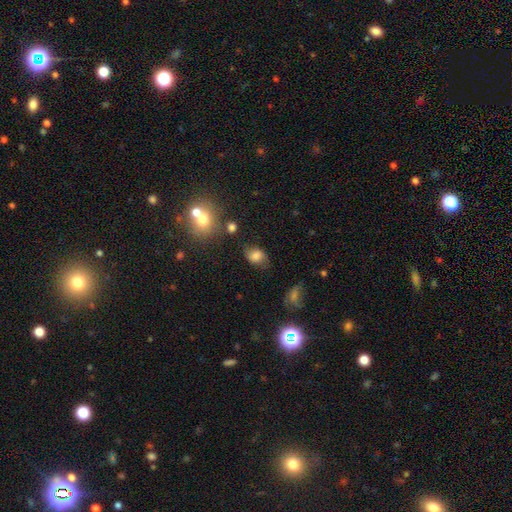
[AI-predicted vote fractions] smooth-or-featured: smooth: 66% | featured or disk: 20% | star or artifact: 13%
  how-rounded: in between: 65% | round: 33% | cigar-shaped: 1%
  merging: none: 66% | minor disturbance: 23% | major disturbance: 8% | merger: 4%